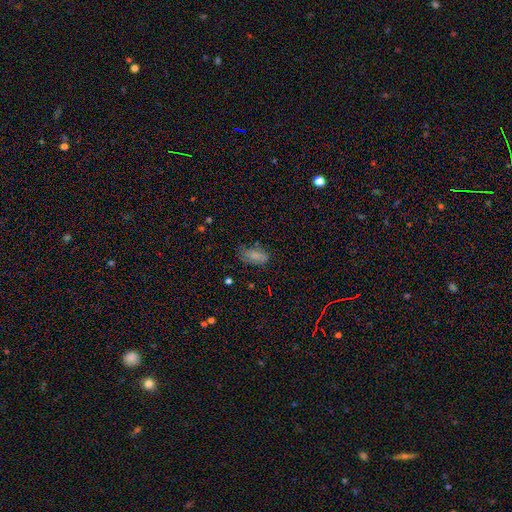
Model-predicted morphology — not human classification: Overall: smooth (78%). How rounded: in between (90%). Merging: none (68%).